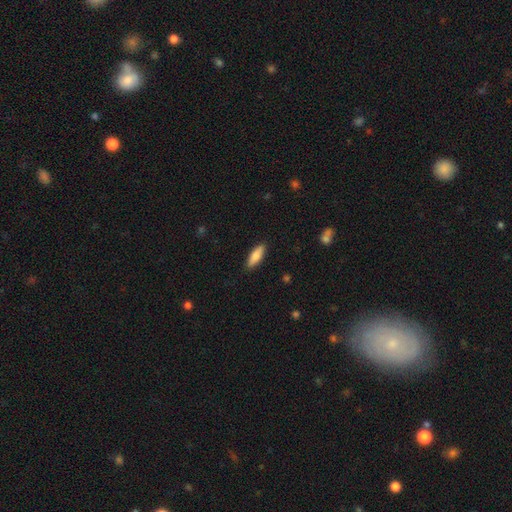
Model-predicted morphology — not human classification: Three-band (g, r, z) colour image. It shows a smooth galaxy with no disk features (80%) that is in between round and cigar-shaped (59%). Merging: none (88%).